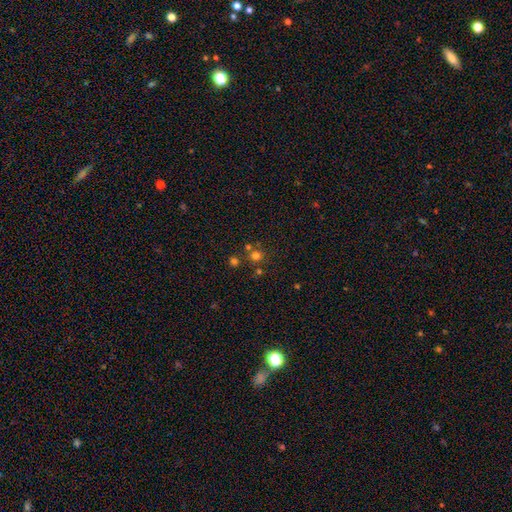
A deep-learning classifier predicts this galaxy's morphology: smooth 67%, star or artifact 24%, featured or disk 9%. Down the decision tree: how rounded — round (90%); merging — none (68%).